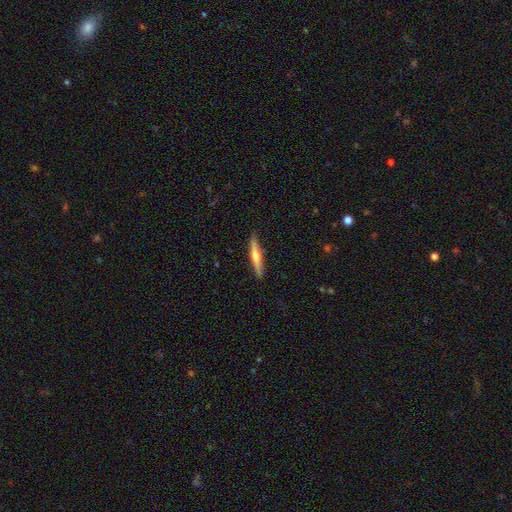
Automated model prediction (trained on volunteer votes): Q: Smooth or featured?
A: featured or disk (54%); runner-up: smooth (40%)
Q: Edge-on disk?
A: yes (96%); runner-up: no (4%)
Q: Edge-on bulge?
A: rounded (86%); runner-up: none (10%)
Q: Merging?
A: none (90%); runner-up: minor disturbance (8%)